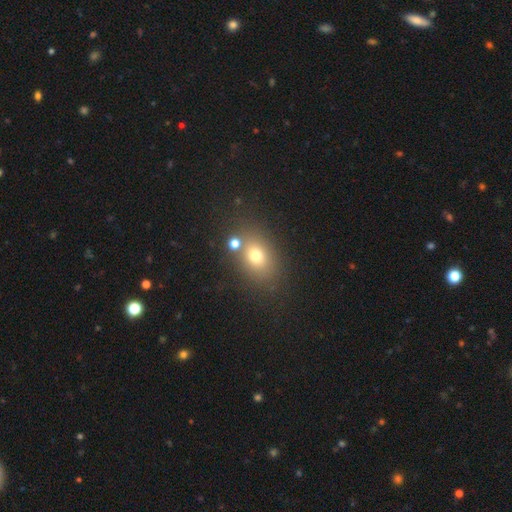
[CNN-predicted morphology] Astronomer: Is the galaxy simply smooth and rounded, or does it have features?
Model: smooth — 72%.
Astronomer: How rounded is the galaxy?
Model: in between — 62%.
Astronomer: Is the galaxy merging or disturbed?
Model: none — 71%.